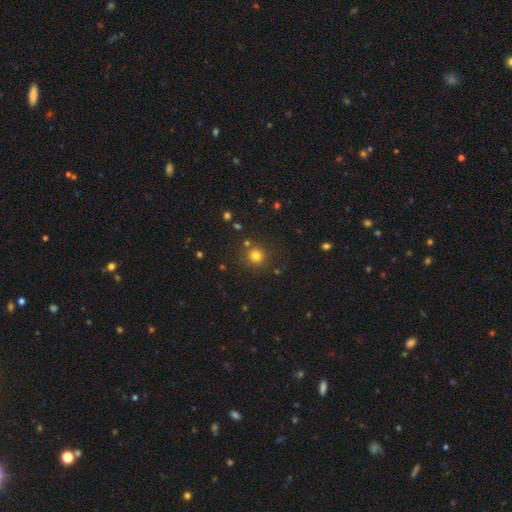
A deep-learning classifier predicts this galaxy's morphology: A smooth galaxy with no disk features (79%) that is round (94%). Merging: none (83%).